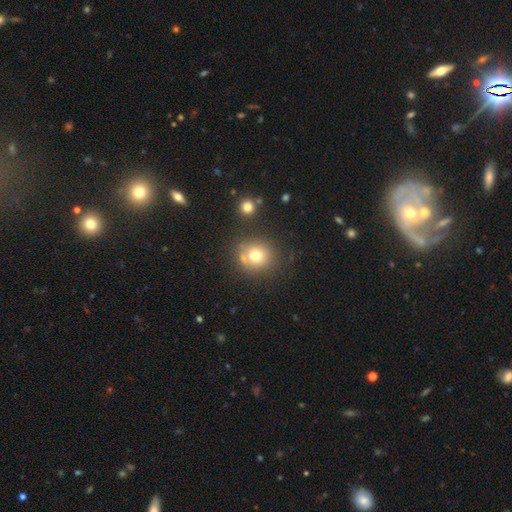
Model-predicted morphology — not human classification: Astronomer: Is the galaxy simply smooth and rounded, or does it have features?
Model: smooth — 71%.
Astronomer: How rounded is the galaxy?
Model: round — 87%.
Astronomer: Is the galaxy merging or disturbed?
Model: none — 70%.